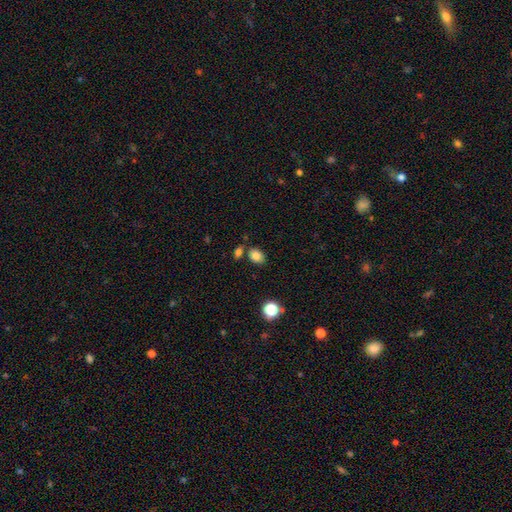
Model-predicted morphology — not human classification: A smooth galaxy with no disk features (83%) that is in between round and cigar-shaped (70%).

Vote fractions:
- Smooth or featured? smooth: 83% / star or artifact: 11% / featured or disk: 6%
- How rounded? in between: 70% / round: 29% / cigar-shaped: 1%
- Merging? none: 71% / merger: 13% / minor disturbance: 12% / major disturbance: 3%